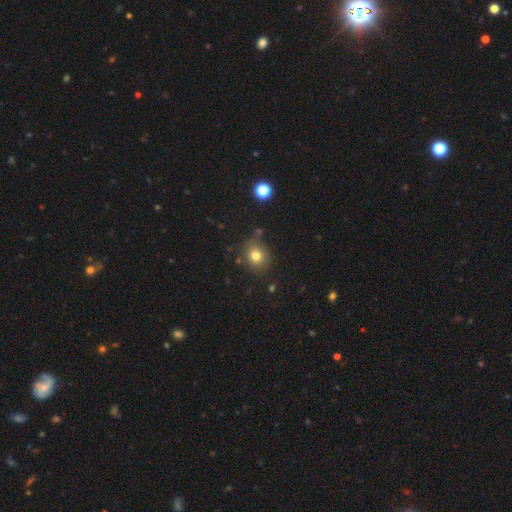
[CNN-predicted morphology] Smooth or featured?
  - smooth: 78% *
  - star or artifact: 13%
  - featured or disk: 8%
How rounded?
  - round: 78% *
  - in between: 21%
  - cigar-shaped: 1%
Merging?
  - none: 77% *
  - minor disturbance: 14%
  - merger: 5%
  - major disturbance: 4%